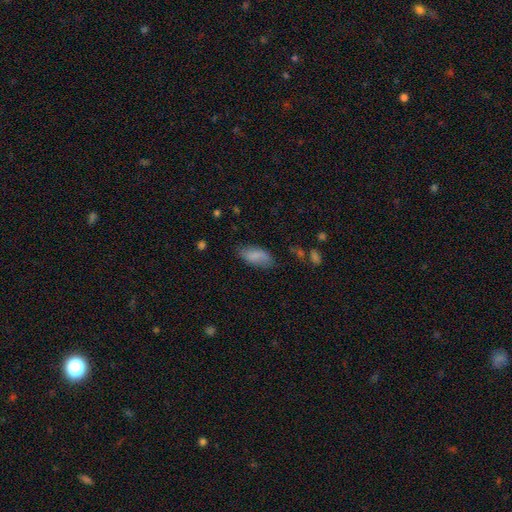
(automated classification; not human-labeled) Smooth or featured? smooth (82%)
How rounded? in between (89%)
Merging? none (70%)